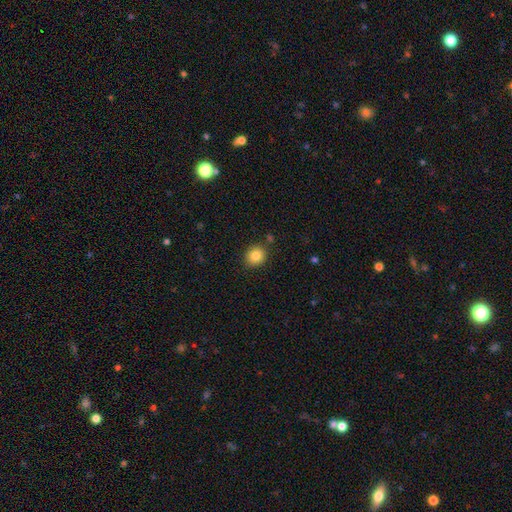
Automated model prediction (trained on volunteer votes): Smooth or featured: smooth — 84% (star or artifact — 10%)
How rounded: round — 77% (in between — 22%)
Merging: none — 85% (minor disturbance — 9%)